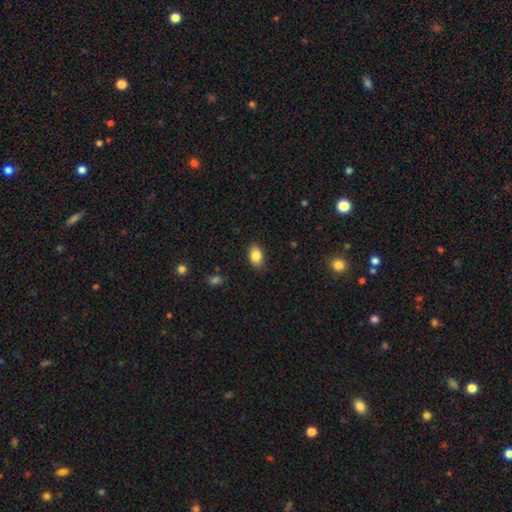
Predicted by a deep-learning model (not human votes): Overall: smooth (84%). How rounded: in between (87%). Merging: none (84%).